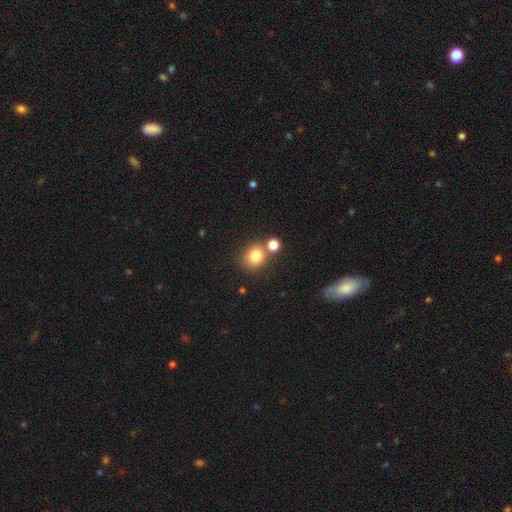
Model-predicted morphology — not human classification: type=smooth (79%); roundness=round (76%); merging=none (60%).